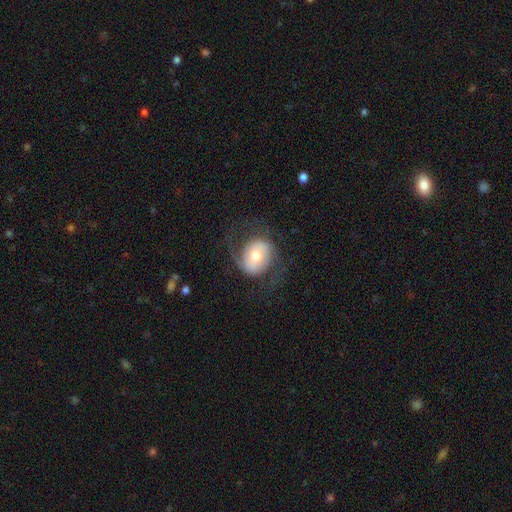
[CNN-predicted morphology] Smooth or featured? featured or disk (63%)
Edge-on disk? no (97%)
Bar? no (51%)
Spiral arms? yes (84%)
Spiral winding? medium (43%)
Spiral arm count? 2 (86%)
Bulge size? moderate (67%)
Merging? none (67%)